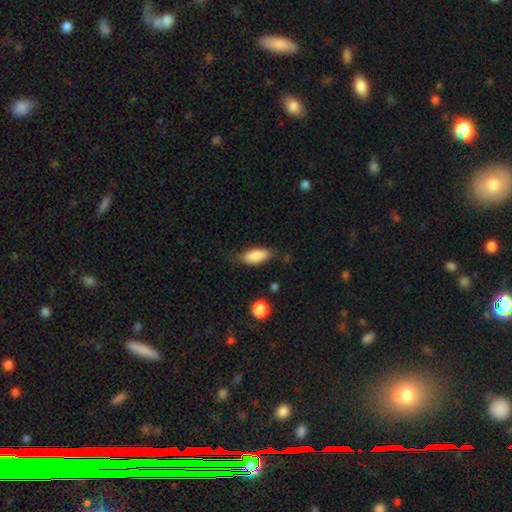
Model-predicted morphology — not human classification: A smooth galaxy with no disk features (85%) that is in between round and cigar-shaped (79%). Merging: none (72%).